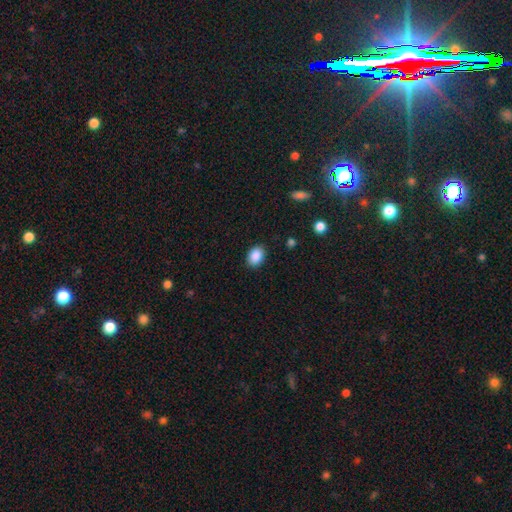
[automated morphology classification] smooth 89%, star or artifact 8%, featured or disk 3%. Down the decision tree: how rounded — in between (74%); merging — none (88%).